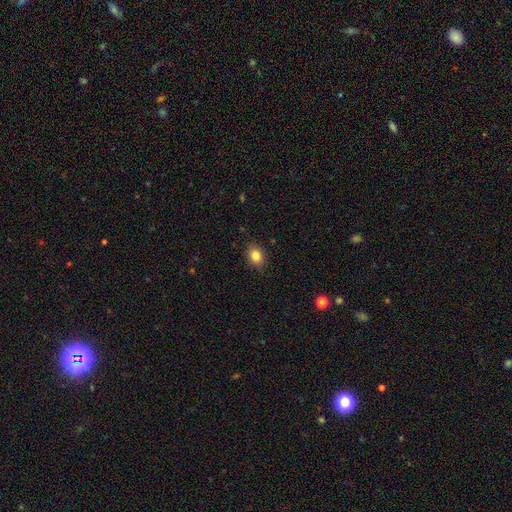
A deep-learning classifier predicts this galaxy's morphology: Smooth or featured? smooth (84%)
How rounded? in between (55%)
Merging? none (87%)